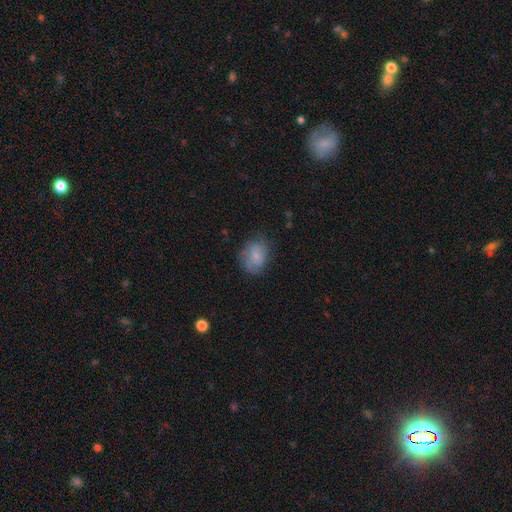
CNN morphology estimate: Overall: smooth (69%). How rounded: in between (60%; round 39%). Merging: none (65%).